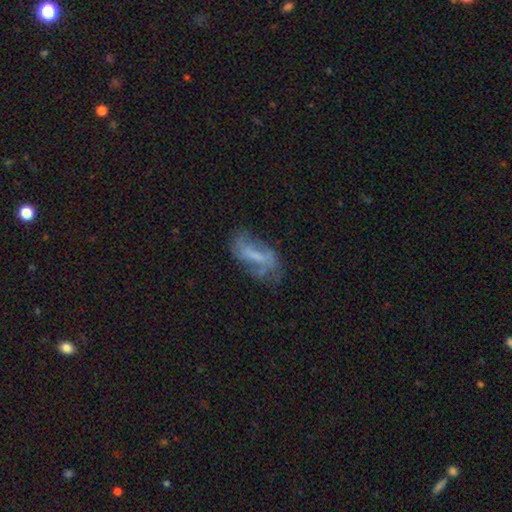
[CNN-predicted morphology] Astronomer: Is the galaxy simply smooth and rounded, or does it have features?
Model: featured or disk — 57% (runner-up: smooth, 34%).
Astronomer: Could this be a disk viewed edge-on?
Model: no — 92%.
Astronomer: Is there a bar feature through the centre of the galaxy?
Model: weak — 39% (runner-up: no, 33%).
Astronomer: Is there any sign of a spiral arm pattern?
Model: yes — 55% (runner-up: no, 45%).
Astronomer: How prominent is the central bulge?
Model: none — 42% (runner-up: small, 28%).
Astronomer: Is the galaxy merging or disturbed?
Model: none — 46% (runner-up: minor disturbance, 26%).